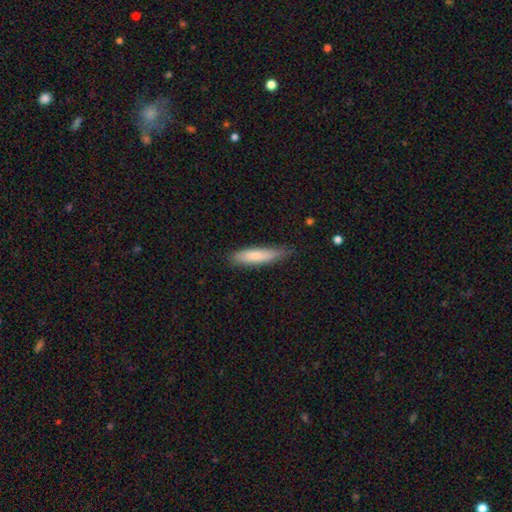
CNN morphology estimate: A smooth galaxy with no disk features (76%) that is cigar-shaped (78%). Merging: none (73%).